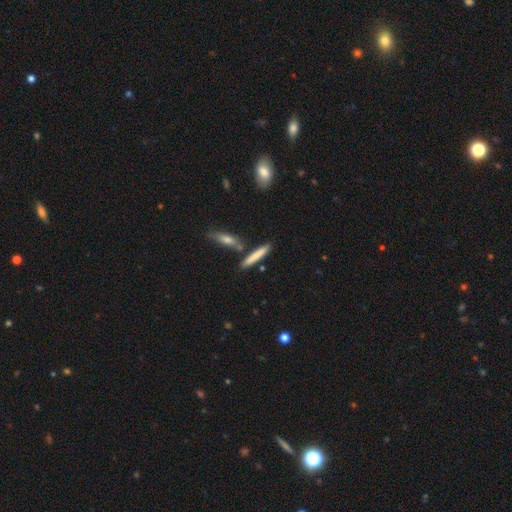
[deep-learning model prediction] Morphology: type=smooth (74%); roundness=cigar-shaped (90%); merging=none (78%).